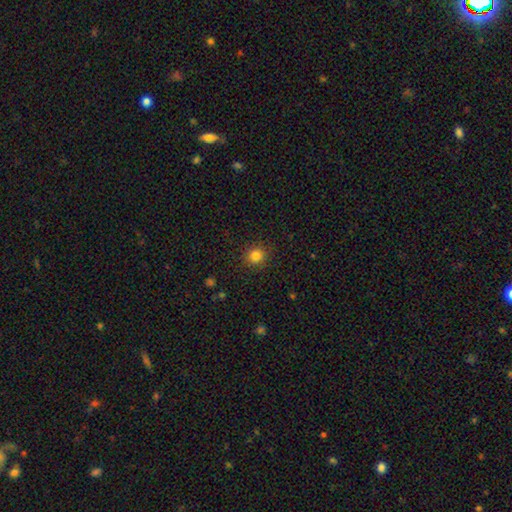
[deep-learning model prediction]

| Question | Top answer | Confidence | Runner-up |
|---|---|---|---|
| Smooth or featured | smooth | 83% | star or artifact (12%) |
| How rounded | round | 90% | in between (9%) |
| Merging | none | 90% | minor disturbance (6%) |